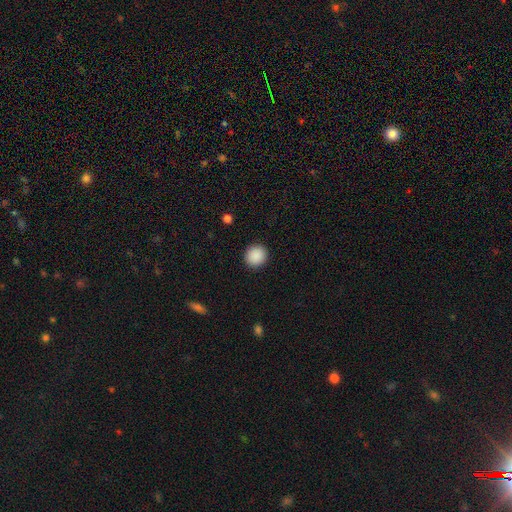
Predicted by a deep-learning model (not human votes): Smooth or featured: smooth — 90% (star or artifact — 8%)
How rounded: round — 92% (in between — 7%)
Merging: none — 92% (minor disturbance — 5%)